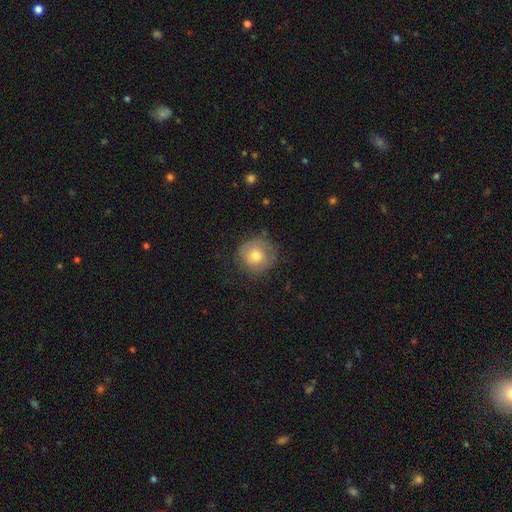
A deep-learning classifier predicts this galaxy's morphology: Q: Smooth or featured?
A: smooth (65%); runner-up: featured or disk (27%)
Q: How rounded?
A: round (92%); runner-up: in between (7%)
Q: Merging?
A: none (73%); runner-up: minor disturbance (19%)